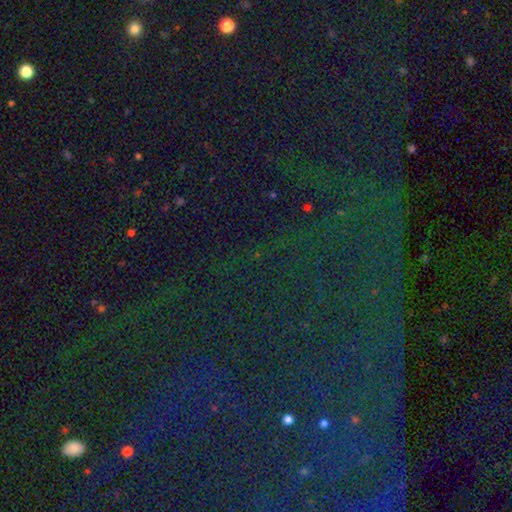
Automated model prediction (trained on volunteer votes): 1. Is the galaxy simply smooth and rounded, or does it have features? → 85% star or artifact, 8% smooth, 7% featured or disk.